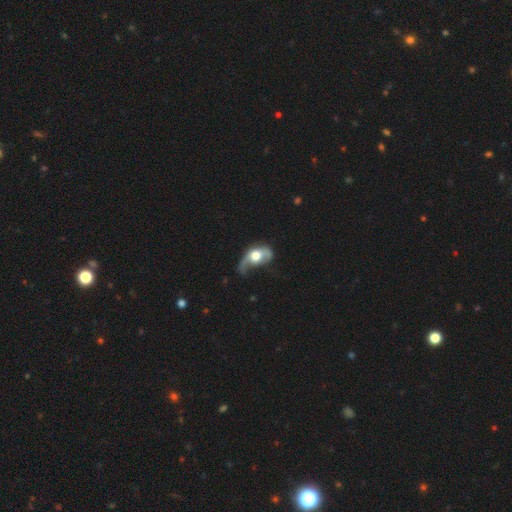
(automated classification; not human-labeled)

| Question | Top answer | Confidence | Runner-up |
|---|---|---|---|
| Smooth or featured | featured or disk | 48% | smooth (45%) |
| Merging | major disturbance | 51% | minor disturbance (25%) |